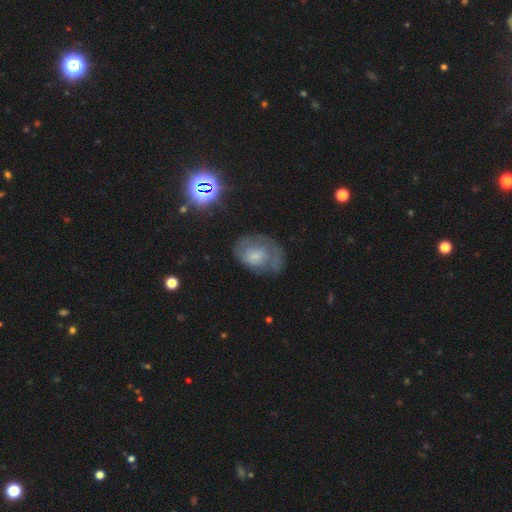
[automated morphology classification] A featured or disk galaxy (51%). Merging: none (48%).